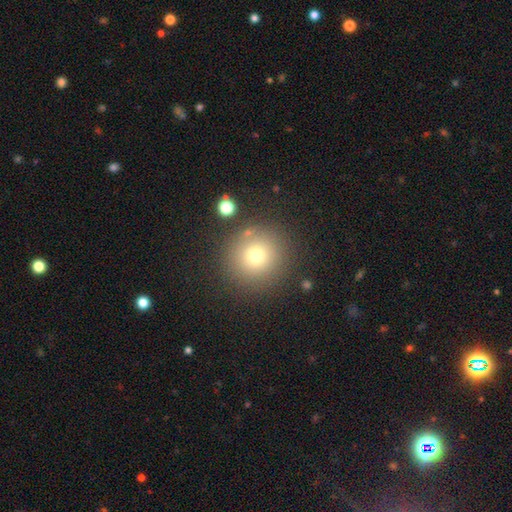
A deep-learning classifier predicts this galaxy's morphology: Smooth or featured? Predicted: smooth (p=0.73). How rounded? Predicted: round (p=0.94). Merging? Predicted: none (p=0.84).